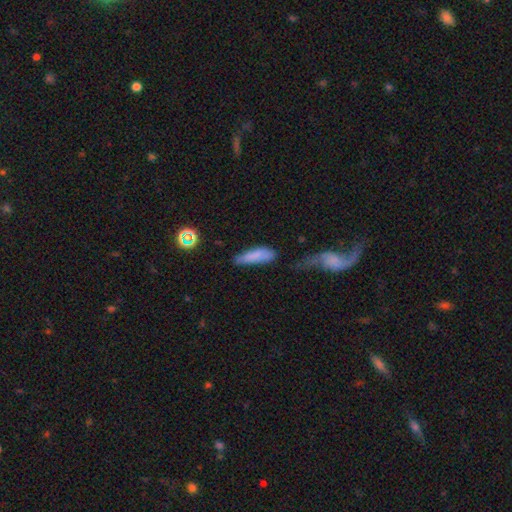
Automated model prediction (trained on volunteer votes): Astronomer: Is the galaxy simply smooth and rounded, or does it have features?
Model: smooth — 79%.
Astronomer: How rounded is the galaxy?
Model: cigar-shaped — 59% (runner-up: in between, 39%).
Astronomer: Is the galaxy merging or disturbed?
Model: none — 47% (runner-up: minor disturbance, 30%).